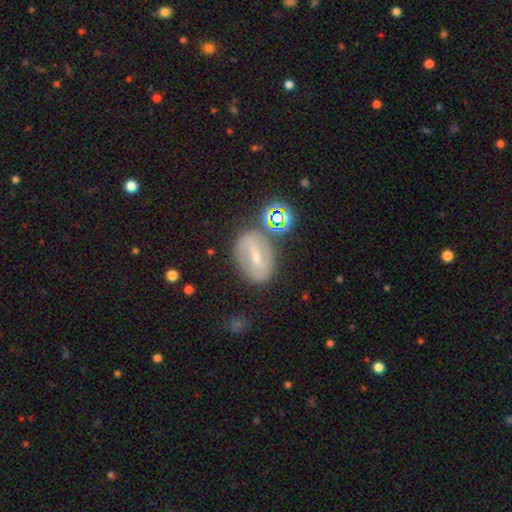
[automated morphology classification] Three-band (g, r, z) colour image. It shows a featured or disk galaxy (57%) with a strong bar (46%), spiral arms (55%) and a small central bulge (61%). Merging: none (65%).